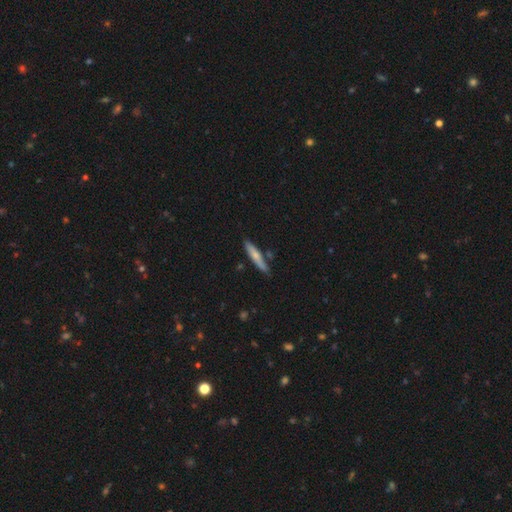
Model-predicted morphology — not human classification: Overall: smooth (62%; featured or disk 33%). How rounded: cigar-shaped (89%). Merging: none (80%).